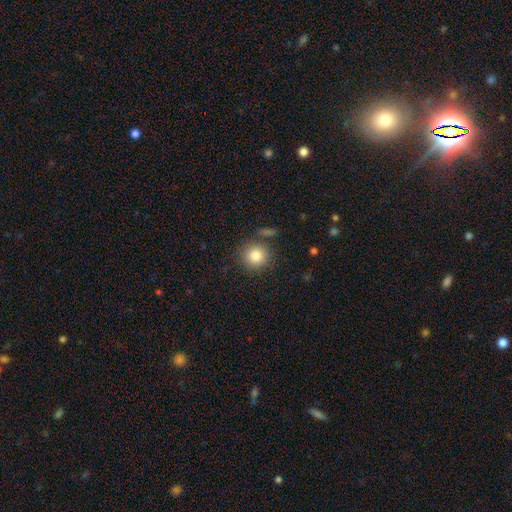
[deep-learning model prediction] Smooth or featured? Predicted: smooth (p=0.83). How rounded? Predicted: round (p=0.92). Merging? Predicted: none (p=0.82).